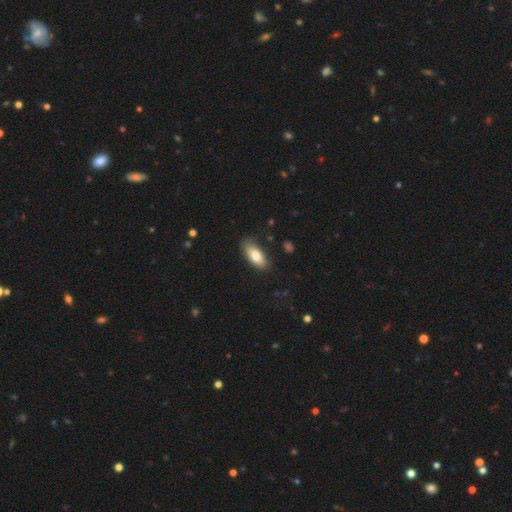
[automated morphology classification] The model was most divided on "merging": none: 80%, minor disturbance: 15%, major disturbance: 3%, merger: 1%. More confident: how rounded — in between (81%); smooth or featured — smooth (79%).